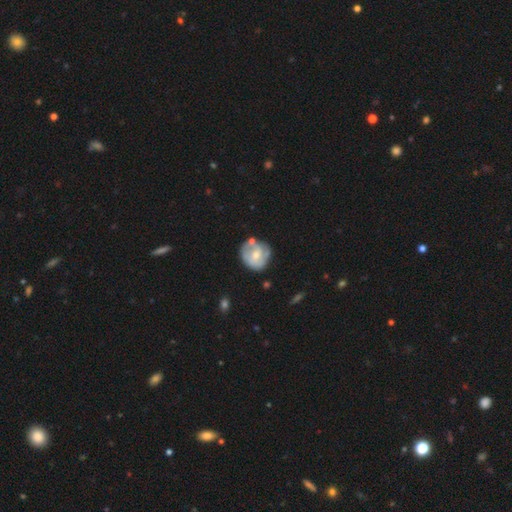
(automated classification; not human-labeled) featured or disk 53%, smooth 41%, star or artifact 6%. Down the decision tree: edge-on disk — no (97%); bar — no (65%); spiral arms — yes (56%); bulge size — small (50%); merging — none (58%).